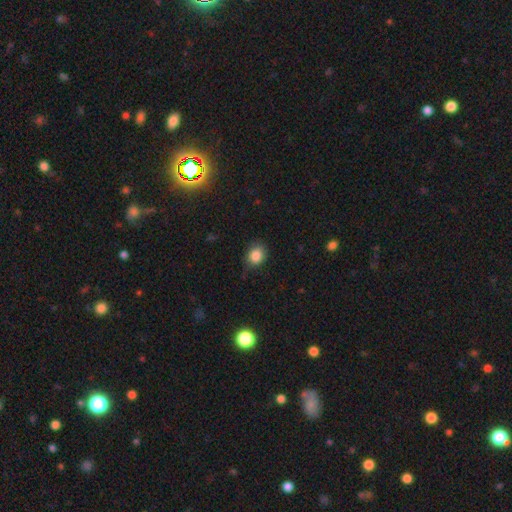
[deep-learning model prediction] Smooth or featured? smooth (85%)
How rounded? round (57%)
Merging? none (75%)